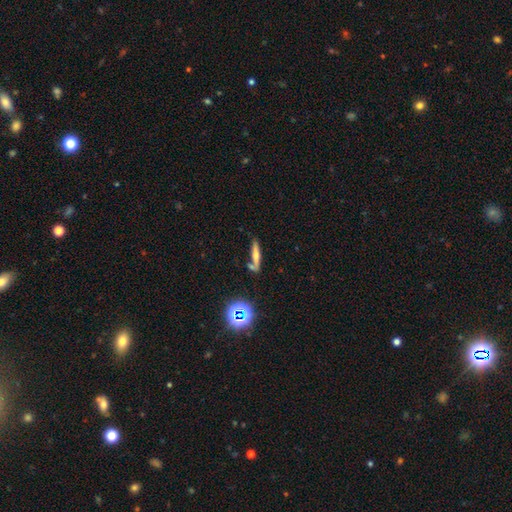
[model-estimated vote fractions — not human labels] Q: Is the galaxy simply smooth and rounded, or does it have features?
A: smooth — 48%.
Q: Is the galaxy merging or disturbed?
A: none — 64%.